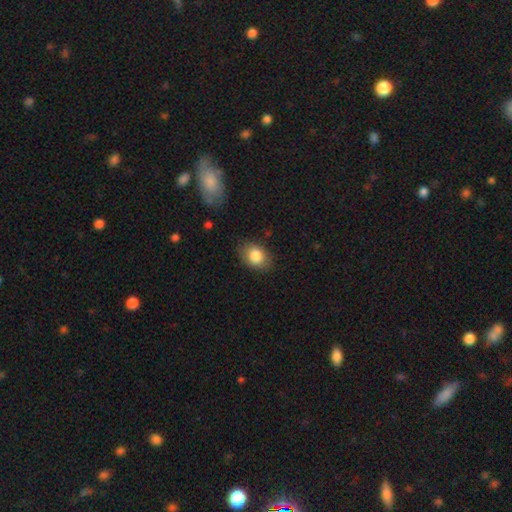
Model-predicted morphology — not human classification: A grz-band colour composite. It shows a smooth galaxy with no disk features (82%) that is in between round and cigar-shaped (77%). Merging: none (82%).